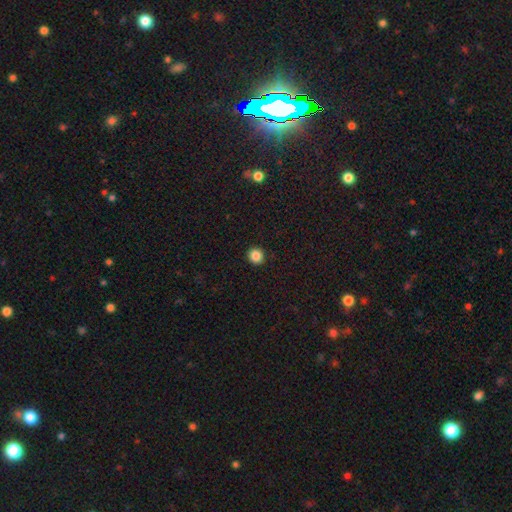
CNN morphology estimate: smooth_or_featured: smooth (p=0.86) [alt: star or artifact p=0.11]
how_rounded: round (p=0.92) [alt: in between p=0.07]
merging: none (p=0.93) [alt: minor disturbance p=0.04]